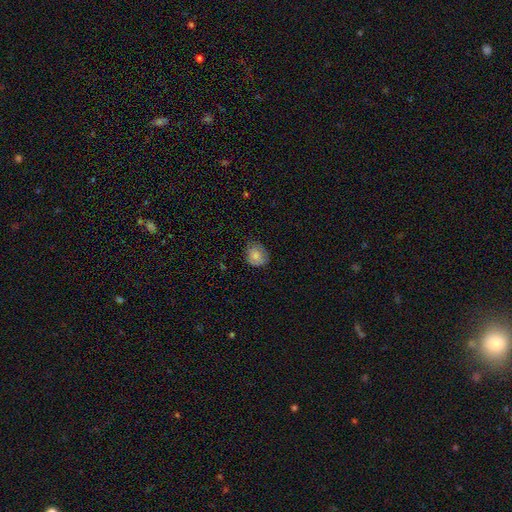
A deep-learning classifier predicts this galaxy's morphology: This is likely a smooth galaxy (78%). How rounded: likely round (71%). Merging: likely none (66%).